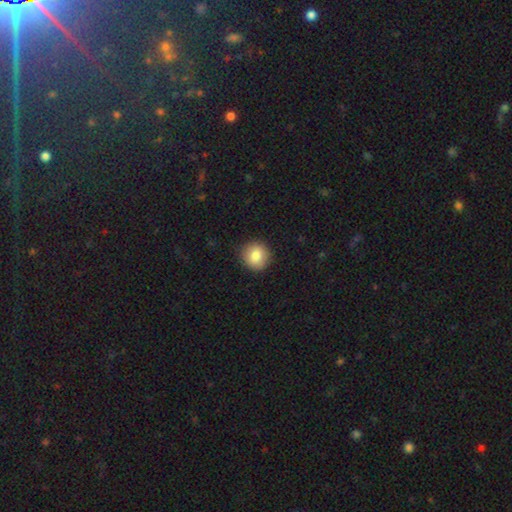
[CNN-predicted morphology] A smooth galaxy with no disk features (83%) that is round (89%).

Vote fractions:
- Smooth or featured? smooth: 83% / star or artifact: 8% / featured or disk: 8%
- How rounded? round: 89% / in between: 10% / cigar-shaped: 1%
- Merging? none: 90% / minor disturbance: 7% / major disturbance: 2% / merger: 1%